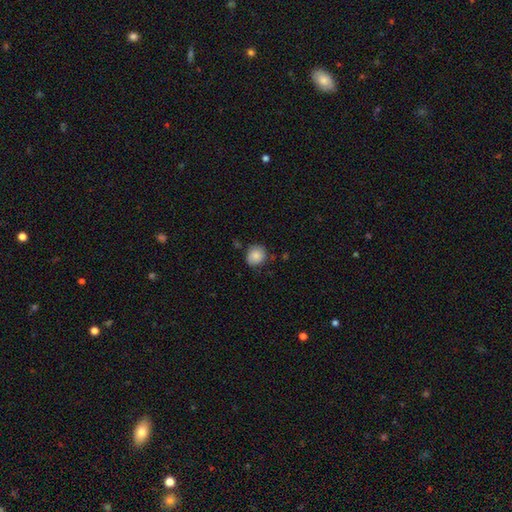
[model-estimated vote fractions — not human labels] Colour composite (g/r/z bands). It shows a smooth galaxy with no disk features (84%) that is round (80%). Merging: none (77%).